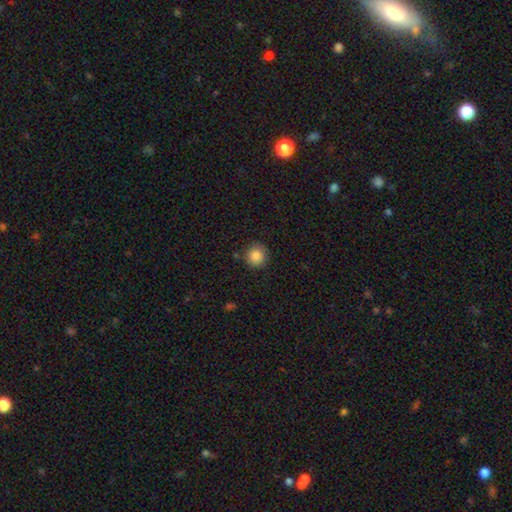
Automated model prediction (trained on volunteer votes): The model was most divided on "merging": none: 85%, minor disturbance: 10%, major disturbance: 3%, merger: 2%. More confident: how rounded — round (92%); smooth or featured — smooth (86%).